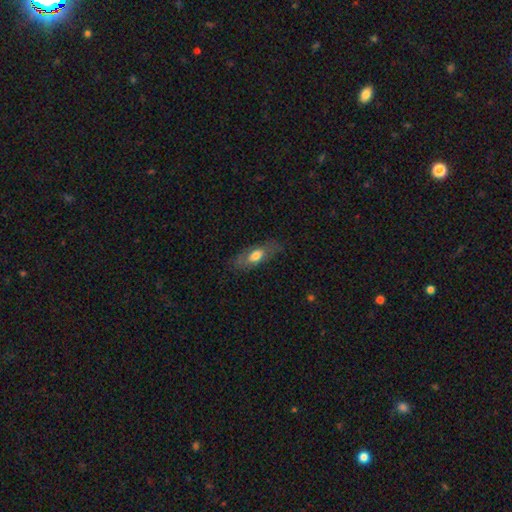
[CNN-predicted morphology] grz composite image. It shows a smooth galaxy with no disk features (61%) that is in between round and cigar-shaped (73%). Merging: none (73%).